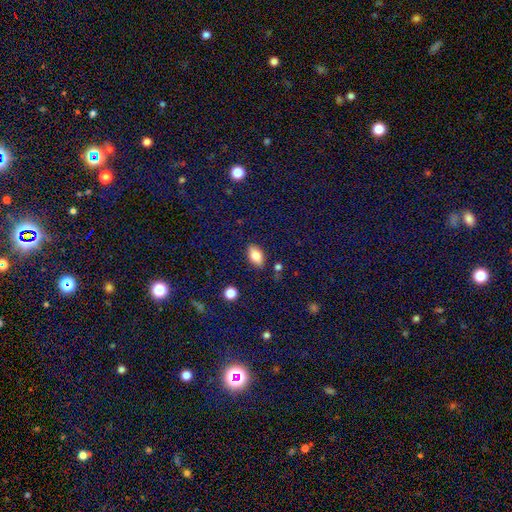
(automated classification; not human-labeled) Overall: smooth (80%). How rounded: in between (91%). Merging: none (84%).